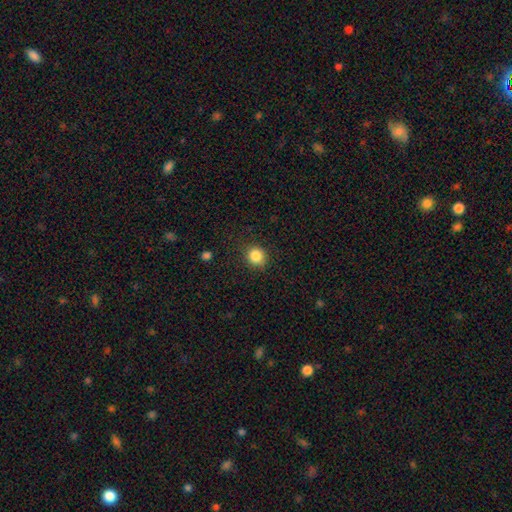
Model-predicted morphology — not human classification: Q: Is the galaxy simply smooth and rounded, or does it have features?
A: smooth — 85%.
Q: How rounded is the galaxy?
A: round — 84%.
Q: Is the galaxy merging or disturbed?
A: none — 83%.